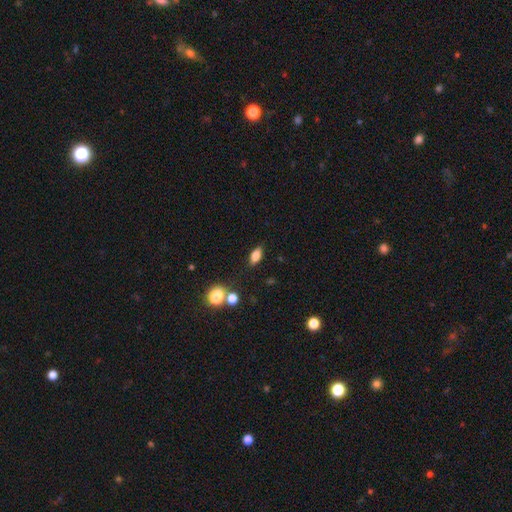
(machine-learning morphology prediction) Overall: smooth (78%). How rounded: in between (82%). Merging: none (82%).